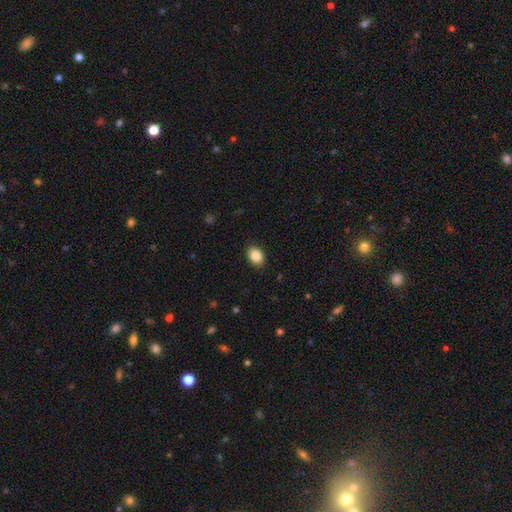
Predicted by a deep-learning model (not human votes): Smooth or featured? smooth (87%)
How rounded? in between (77%)
Merging? none (89%)